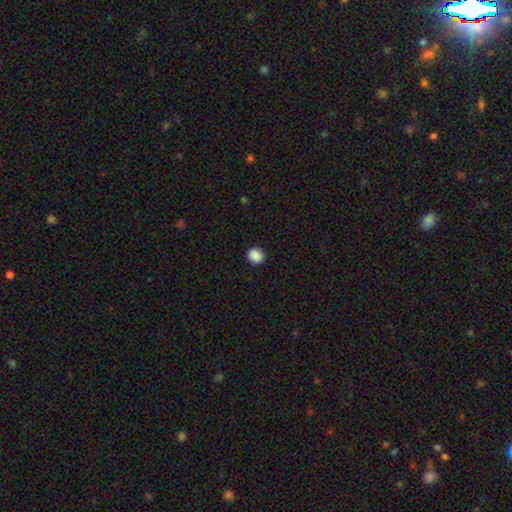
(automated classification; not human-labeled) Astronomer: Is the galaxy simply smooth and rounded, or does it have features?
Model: smooth — 89%.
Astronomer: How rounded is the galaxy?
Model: round — 77%.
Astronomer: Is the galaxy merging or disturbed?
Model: none — 91%.